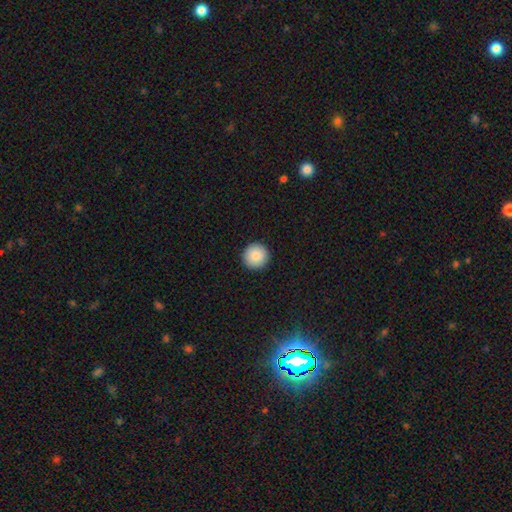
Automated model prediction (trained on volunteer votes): smooth 89%, star or artifact 8%, featured or disk 4%. Down the decision tree: how rounded — round (96%); merging — none (93%).